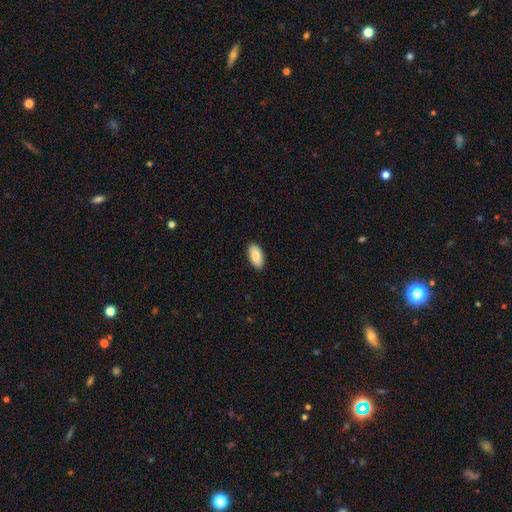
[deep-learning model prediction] Smooth or featured? Predicted: smooth (p=0.88). How rounded? Predicted: in between (p=0.93). Merging? Predicted: none (p=0.90).